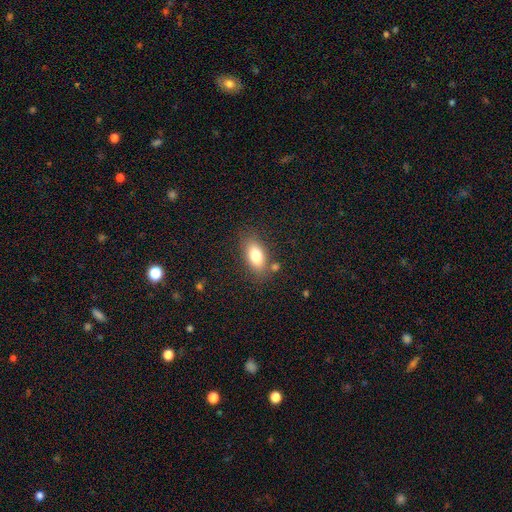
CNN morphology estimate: Smooth or featured: smooth — 79% (featured or disk — 13%)
How rounded: in between — 86% (cigar-shaped — 9%)
Merging: none — 77% (minor disturbance — 13%)